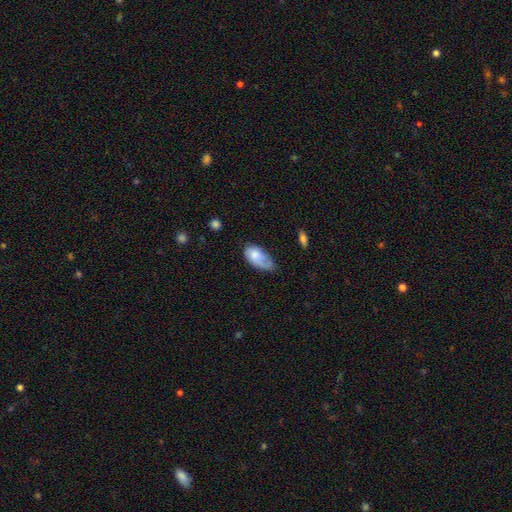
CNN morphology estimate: Smooth or featured? Predicted: smooth (p=0.73). How rounded? Predicted: in between (p=0.93). Merging? Predicted: none (p=0.40).